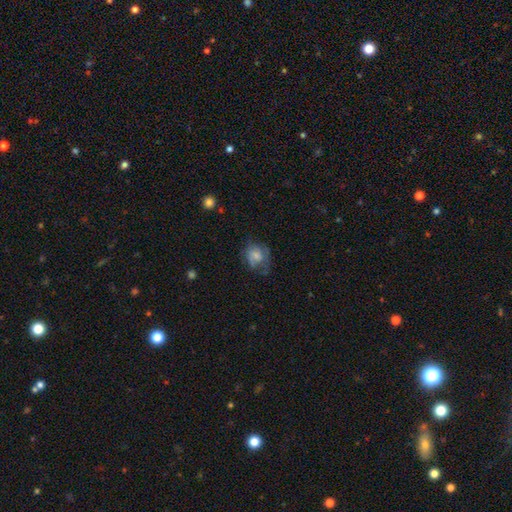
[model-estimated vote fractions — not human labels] Smooth or featured: smooth — 60% (featured or disk — 30%)
How rounded: round — 56% (in between — 43%)
Merging: none — 47% (minor disturbance — 28%)